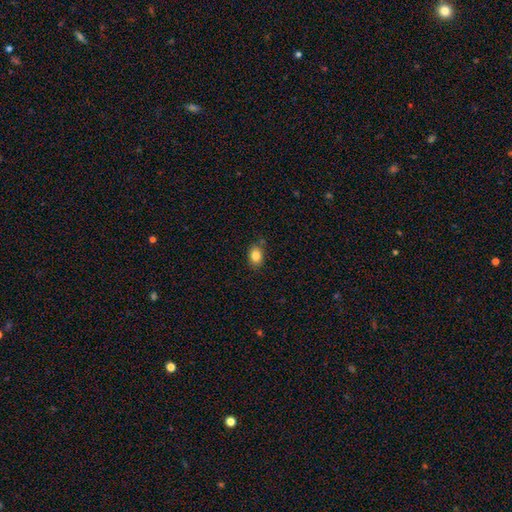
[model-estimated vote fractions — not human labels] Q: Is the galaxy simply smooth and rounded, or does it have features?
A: smooth — 84%.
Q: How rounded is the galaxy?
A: in between — 72%.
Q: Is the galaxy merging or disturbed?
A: none — 77%.